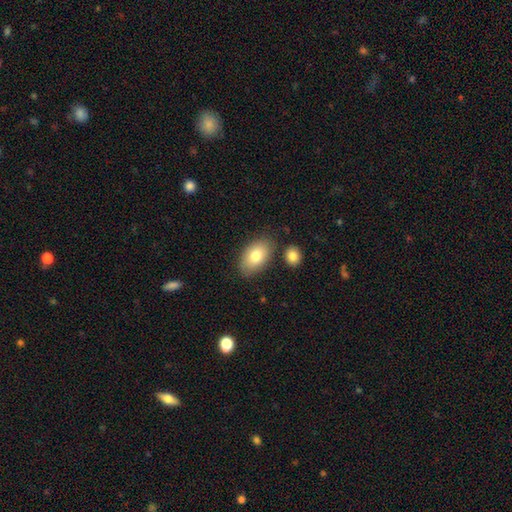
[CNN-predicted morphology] Smooth or featured? Predicted: smooth (p=0.80). How rounded? Predicted: in between (p=0.92). Merging? Predicted: none (p=0.78).